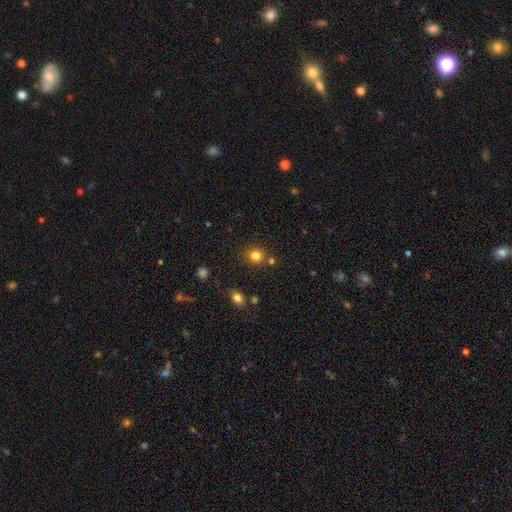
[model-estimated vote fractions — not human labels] smooth-or-featured: smooth: 80% | star or artifact: 14% | featured or disk: 6%
  how-rounded: round: 88% | in between: 11% | cigar-shaped: 1%
  merging: none: 80% | minor disturbance: 9% | merger: 9% | major disturbance: 3%